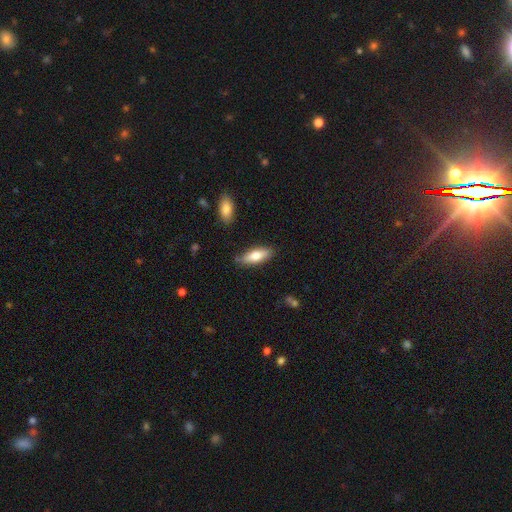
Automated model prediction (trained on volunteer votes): smooth 73%, featured or disk 21%, star or artifact 6%. Down the decision tree: how rounded — in between (62%); merging — none (82%).